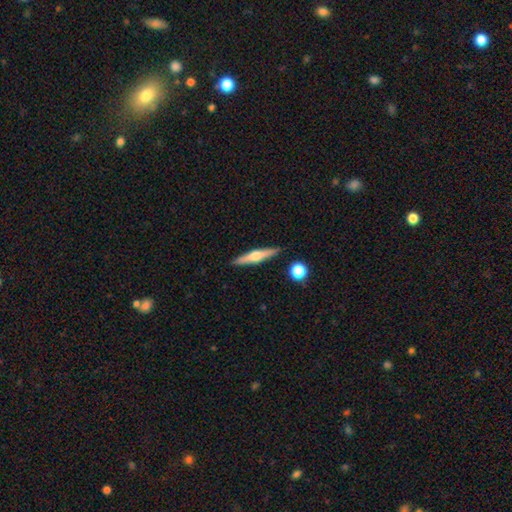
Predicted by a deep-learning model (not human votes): Smooth or featured: featured or disk — 59% (smooth — 35%)
Edge-on disk: yes — 97% (no — 3%)
Edge-on bulge: rounded — 90% (boxy — 6%)
Merging: none — 89% (minor disturbance — 7%)